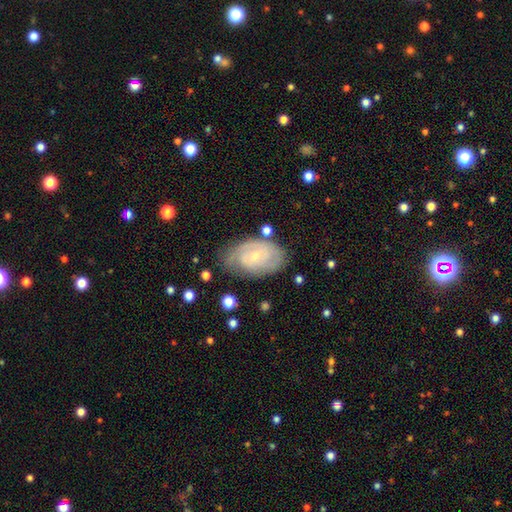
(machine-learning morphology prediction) Smooth or featured: featured or disk — 75% (smooth — 19%)
Edge-on disk: no — 96% (yes — 4%)
Bar: no — 52% (weak — 40%)
Spiral arms: yes — 90% (no — 10%)
Spiral winding: tight — 65% (medium — 27%)
Spiral arm count: 2 — 42% (can't tell — 33%)
Bulge size: small — 70% (moderate — 24%)
Merging: none — 68% (minor disturbance — 22%)